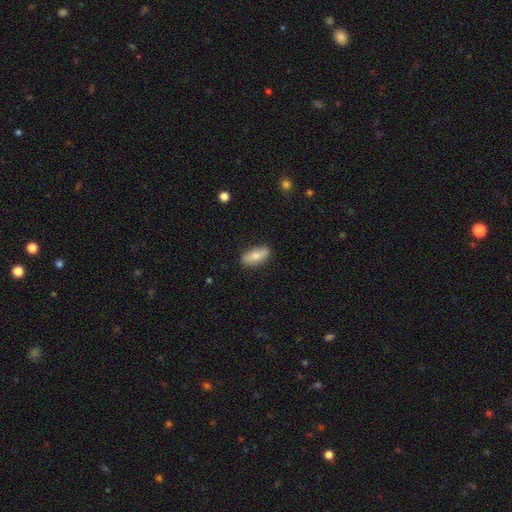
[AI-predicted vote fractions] A smooth galaxy with no disk features (70%) that is in between round and cigar-shaped (76%). Merging: none (85%).